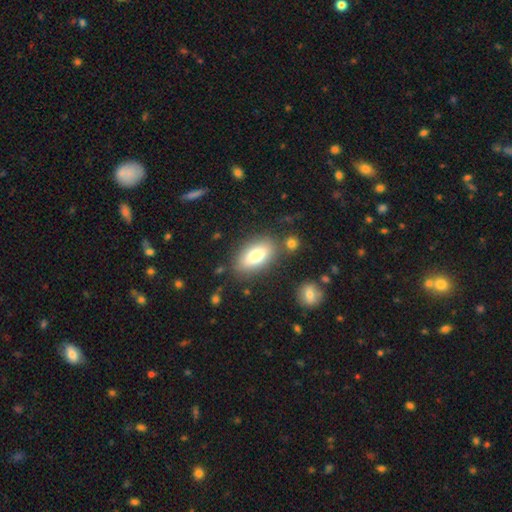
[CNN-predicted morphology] smooth 78%, featured or disk 14%, star or artifact 8%. Down the decision tree: how rounded — in between (87%); merging — none (78%).